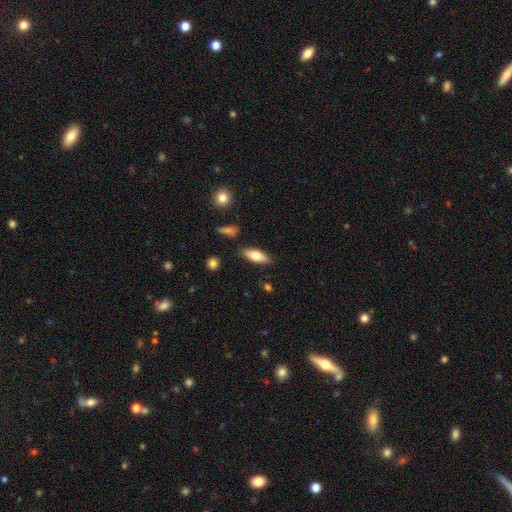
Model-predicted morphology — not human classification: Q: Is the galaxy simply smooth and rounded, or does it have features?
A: smooth — 74%.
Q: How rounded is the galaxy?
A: in between — 74%.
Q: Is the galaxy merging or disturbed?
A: none — 85%.